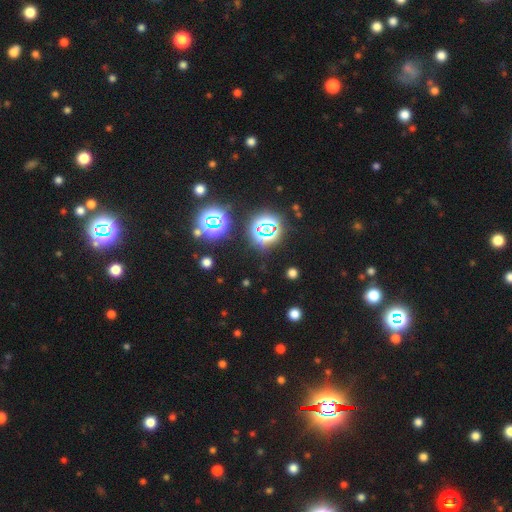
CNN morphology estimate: Smooth or featured? Predicted: star or artifact (p=0.77).